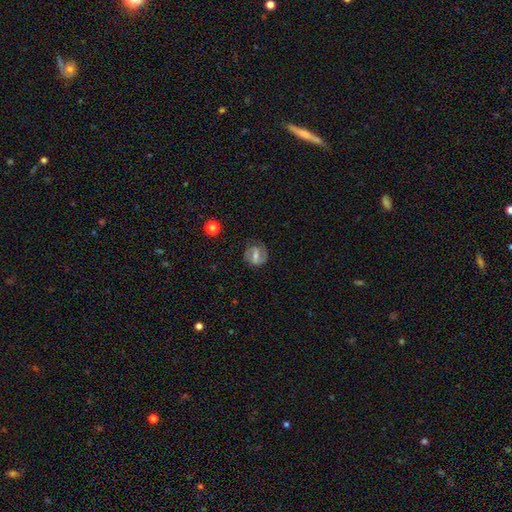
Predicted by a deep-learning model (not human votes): Smooth or featured?
  - featured or disk: 64% *
  - smooth: 28%
  - star or artifact: 8%
Edge-on disk?
  - no: 96% *
  - yes: 4%
Bar?
  - weak: 42% *
  - strong: 41%
  - no: 17%
Spiral arms?
  - yes: 77% *
  - no: 23%
Bulge size?
  - moderate: 50% *
  - small: 42%
  - none: 4%
  - large: 3%
  - dominant: 1%
Merging?
  - none: 79% *
  - minor disturbance: 14%
  - major disturbance: 6%
  - merger: 1%